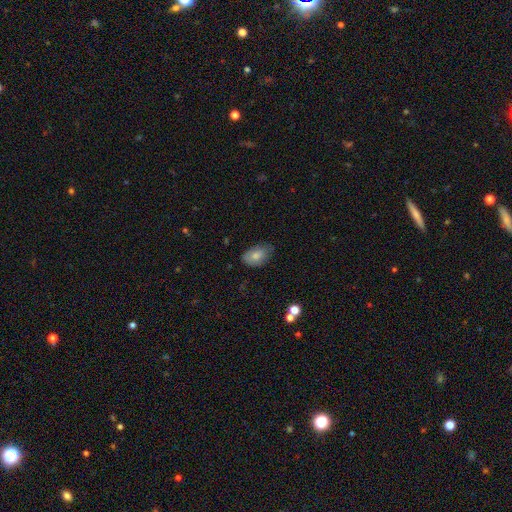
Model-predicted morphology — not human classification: Smooth or featured? Predicted: smooth (p=0.77). How rounded? Predicted: in between (p=0.90). Merging? Predicted: none (p=0.65).